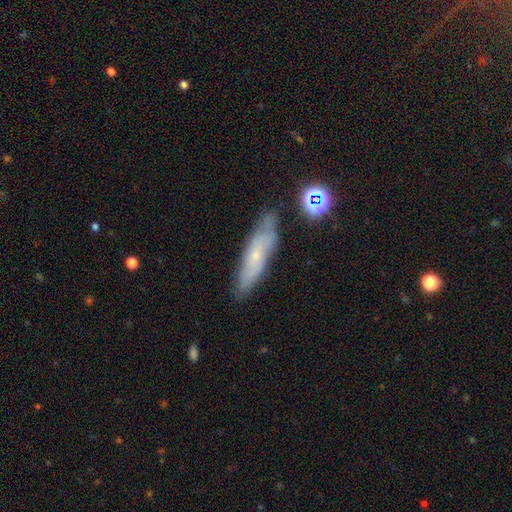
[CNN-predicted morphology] This appears to be a smooth galaxy with no disk features (47%). Merging: none (75%).